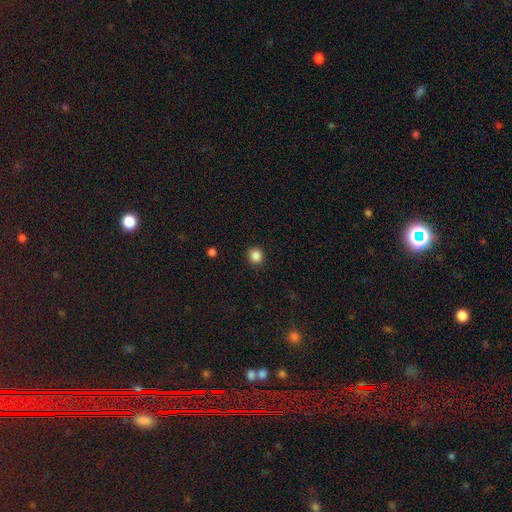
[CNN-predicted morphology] A smooth galaxy with no disk features (86%) that is round (90%). Merging: none (91%).